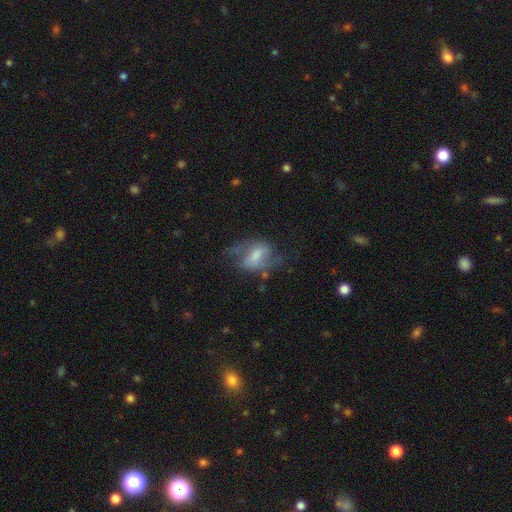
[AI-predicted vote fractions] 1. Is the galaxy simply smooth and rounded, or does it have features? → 58% featured or disk, 34% smooth, 8% star or artifact.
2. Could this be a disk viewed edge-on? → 95% no, 5% yes.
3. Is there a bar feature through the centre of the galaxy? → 47% weak, 28% no, 25% strong.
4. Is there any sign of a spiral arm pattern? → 76% yes, 24% no.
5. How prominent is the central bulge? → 42% moderate, 29% small, 13% large, 13% none, 2% dominant.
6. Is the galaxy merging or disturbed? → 47% none, 25% major disturbance, 25% minor disturbance, 3% merger.